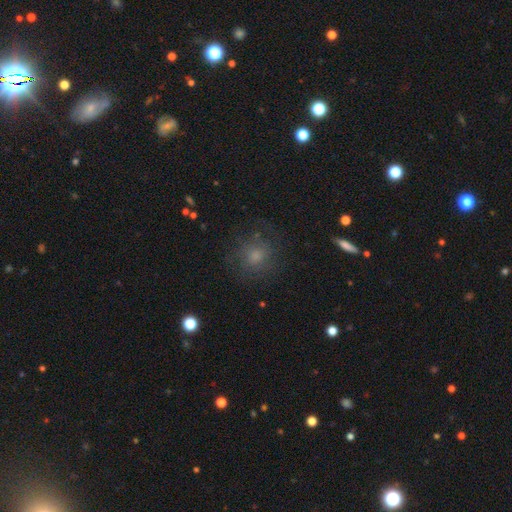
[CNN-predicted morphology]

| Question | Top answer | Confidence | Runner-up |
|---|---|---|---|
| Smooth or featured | smooth | 66% | featured or disk (18%) |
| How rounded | round | 83% | in between (16%) |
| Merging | none | 74% | minor disturbance (15%) |